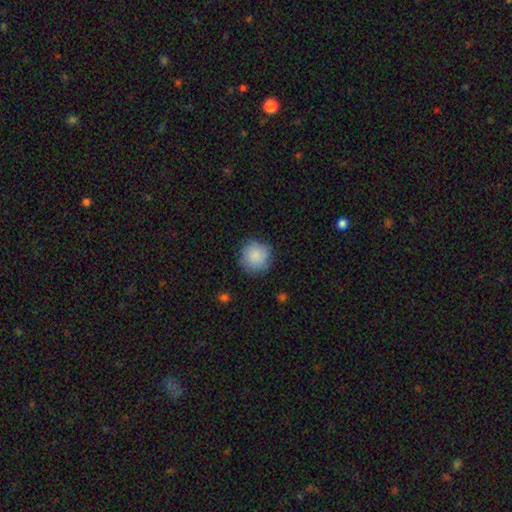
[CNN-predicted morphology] The model was most divided on "merging": none: 81%, minor disturbance: 14%, major disturbance: 3%, merger: 1%. More confident: how rounded — round (92%); smooth or featured — smooth (86%).